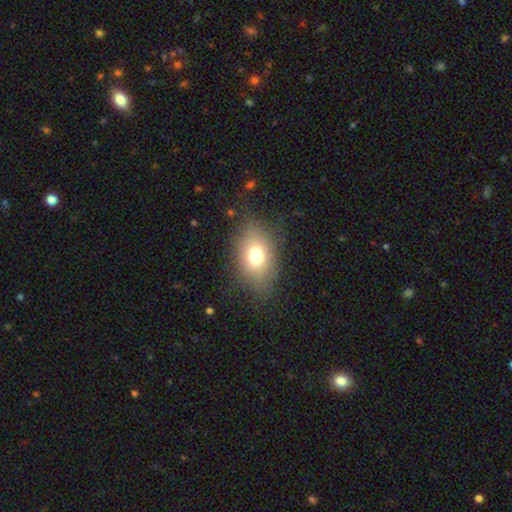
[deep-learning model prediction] A smooth galaxy with no disk features (74%) that is in between round and cigar-shaped (81%).

Vote fractions:
- Smooth or featured? smooth: 74% / featured or disk: 15% / star or artifact: 11%
- How rounded? in between: 81% / round: 17% / cigar-shaped: 2%
- Merging? none: 73% / minor disturbance: 18% / major disturbance: 8% / merger: 1%